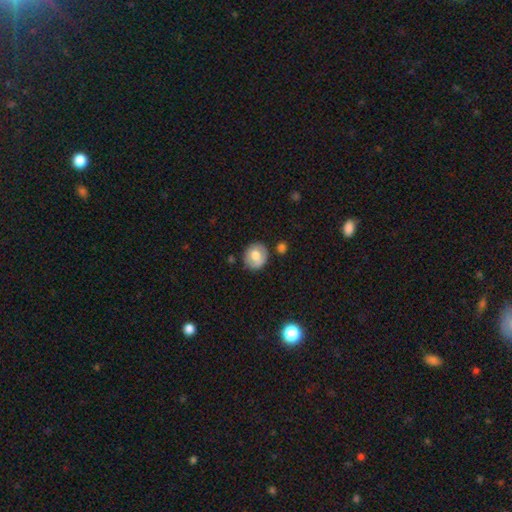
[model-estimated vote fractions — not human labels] A smooth galaxy with no disk features (64%) that is round (79%).

Vote fractions:
- Smooth or featured? smooth: 64% / featured or disk: 28% / star or artifact: 7%
- How rounded? round: 79% / in between: 21% / cigar-shaped: 1%
- Merging? none: 79% / minor disturbance: 14% / merger: 4% / major disturbance: 3%